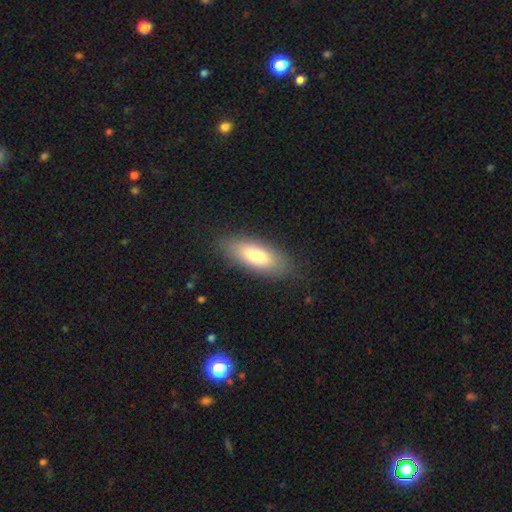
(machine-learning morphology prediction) smooth-or-featured: smooth: 78% | featured or disk: 15% | star or artifact: 6%
  how-rounded: in between: 73% | cigar-shaped: 25% | round: 2%
  merging: none: 84% | minor disturbance: 11% | major disturbance: 3% | merger: 1%